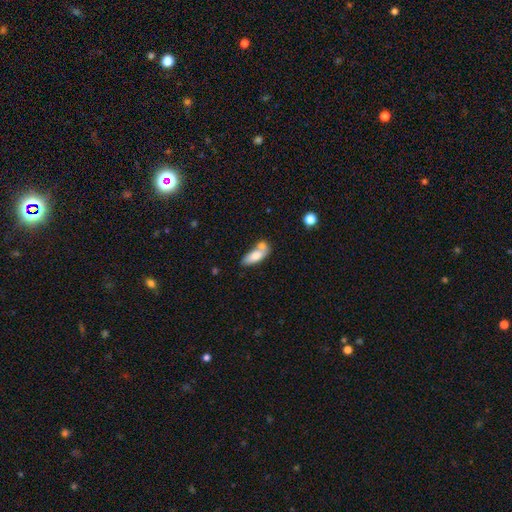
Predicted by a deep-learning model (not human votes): A smooth galaxy with no disk features (73%) that is in between round and cigar-shaped (75%).

Vote fractions:
- Smooth or featured? smooth: 73% / featured or disk: 20% / star or artifact: 7%
- How rounded? in between: 75% / cigar-shaped: 22% / round: 3%
- Merging? none: 40% (tied) / merger: 40% (tied) / minor disturbance: 15% / major disturbance: 6%